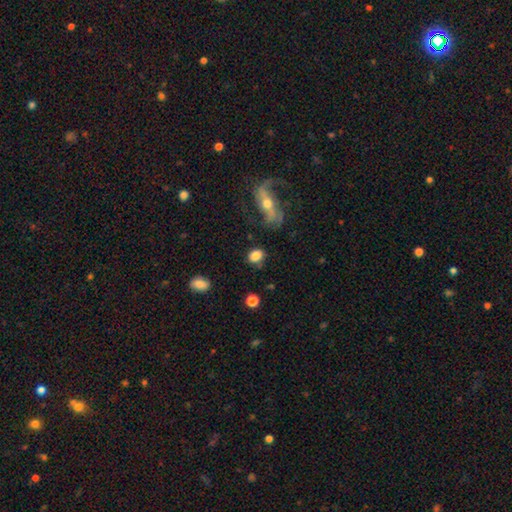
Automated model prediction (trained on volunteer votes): Morphology: type=smooth (81%); roundness=in between (61%); merging=none (72%).